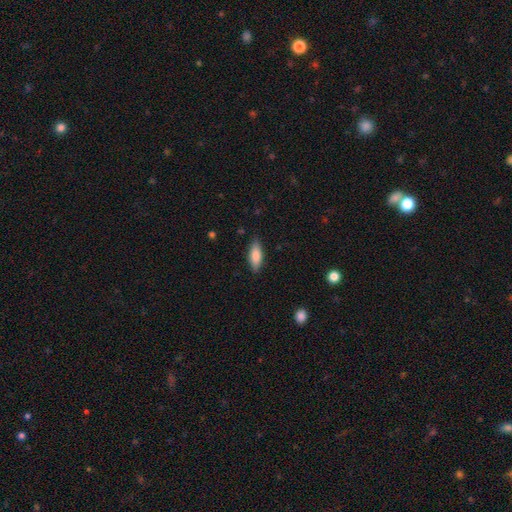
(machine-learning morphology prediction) Smooth or featured? Predicted: smooth (p=0.80). How rounded? Predicted: in between (p=0.68). Merging? Predicted: none (p=0.84).